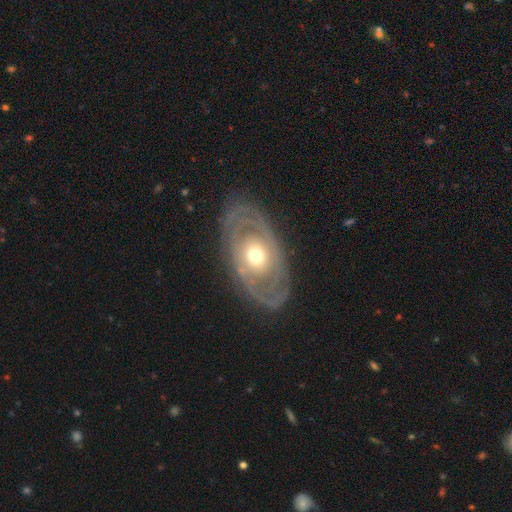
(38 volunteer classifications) Smooth or featured? featured or disk (76%)
Edge-on disk? no (90%)
Bar? no (92%)
Spiral arms? yes (65%)
Spiral winding? tight (71%)
Spiral arm count? 2 (71%)
Bulge size? moderate (73%)
Merging? none (78%)